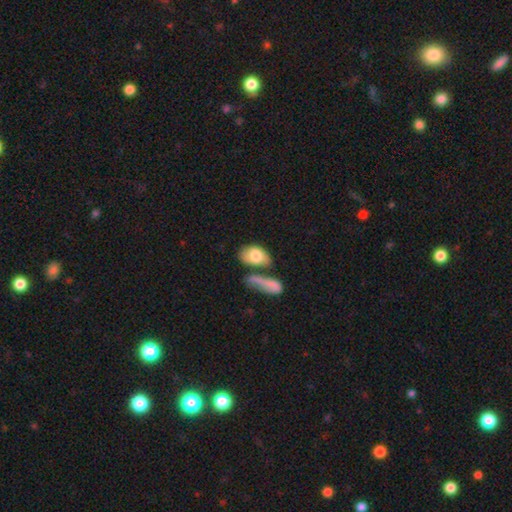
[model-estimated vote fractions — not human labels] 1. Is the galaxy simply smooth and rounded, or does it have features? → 75% smooth, 18% featured or disk, 7% star or artifact.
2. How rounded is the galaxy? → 88% in between, 9% round, 4% cigar-shaped.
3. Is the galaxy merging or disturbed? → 37% merger, 32% none, 17% minor disturbance, 14% major disturbance.